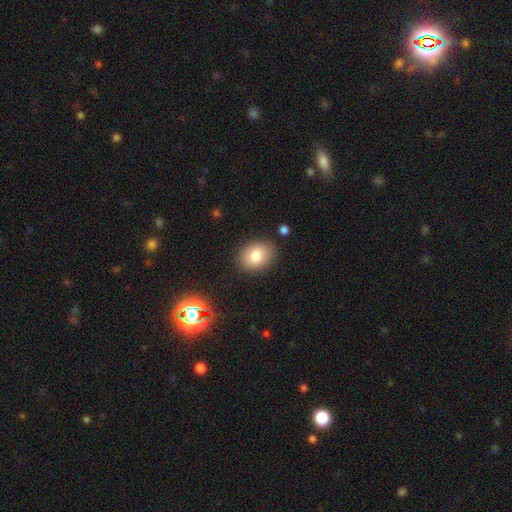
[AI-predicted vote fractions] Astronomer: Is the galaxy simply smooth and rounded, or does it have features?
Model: smooth — 82%.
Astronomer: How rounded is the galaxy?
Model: in between — 61% (runner-up: round, 38%).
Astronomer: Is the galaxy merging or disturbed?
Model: none — 85%.